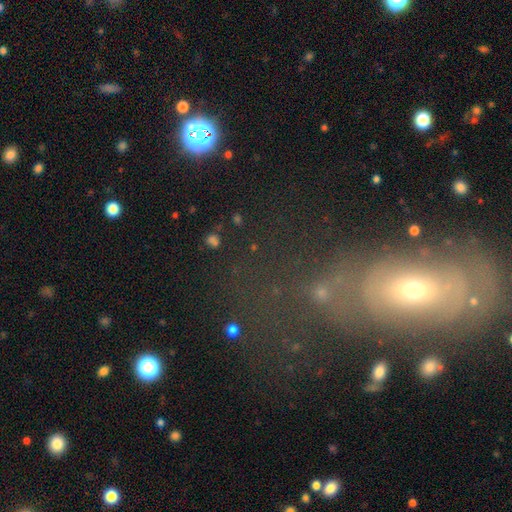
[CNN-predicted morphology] The model was most divided on "smooth or featured": featured or disk: 43%, smooth: 33%, star or artifact: 24%. More confident: merging — none (58%).